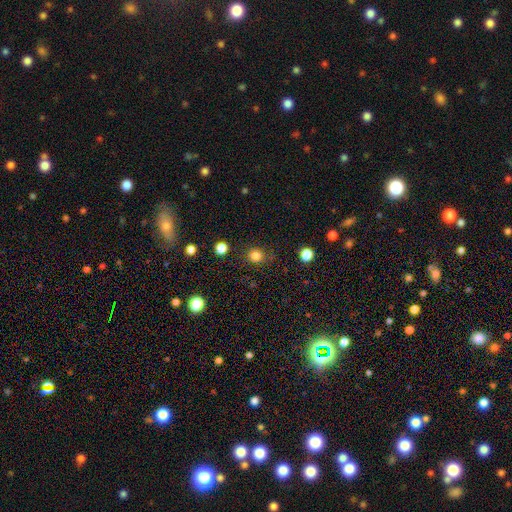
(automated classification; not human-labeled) Smooth or featured? Predicted: smooth (p=0.82). How rounded? Predicted: round (p=0.88). Merging? Predicted: none (p=0.85).